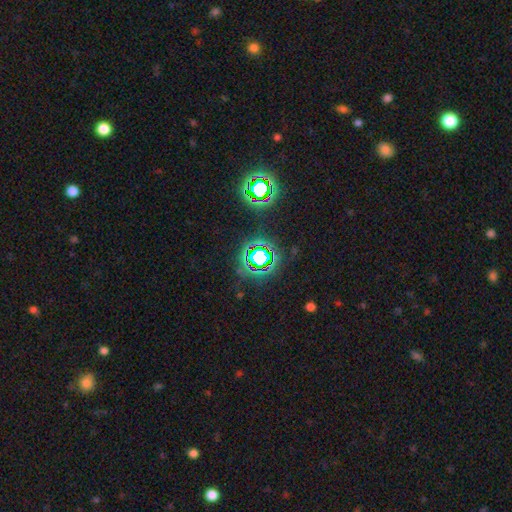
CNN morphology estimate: smooth_or_featured: star or artifact (p=0.75) [alt: smooth p=0.16]